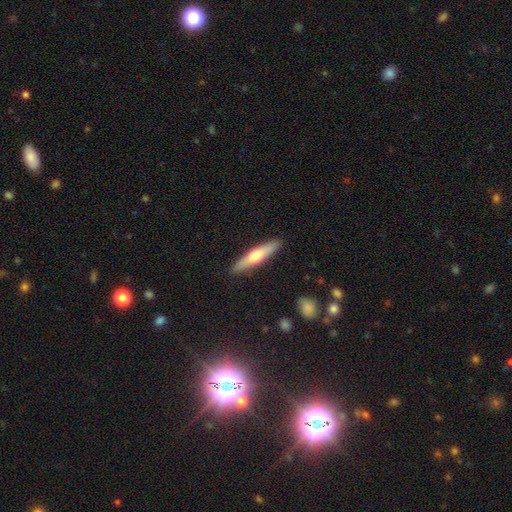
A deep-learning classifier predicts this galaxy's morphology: This appears to be a smooth galaxy with no disk features (54%) that is cigar-shaped (86%). Merging: none (91%).